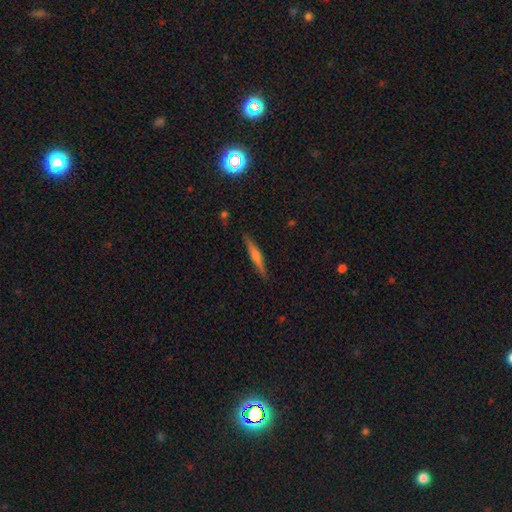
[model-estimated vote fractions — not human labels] A featured or disk galaxy (58%) viewed edge-on (97%) with a rounded central bulge (60%). Merging: none (89%).